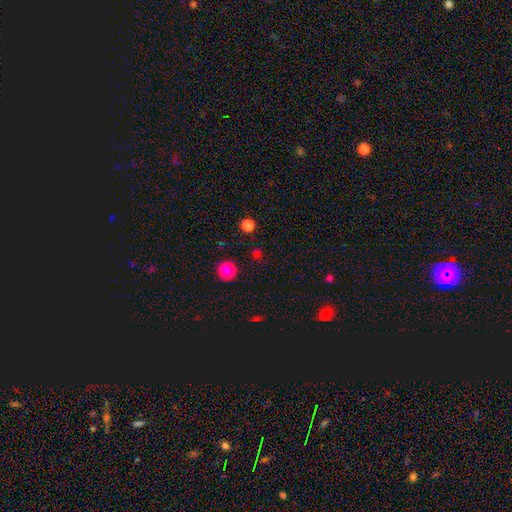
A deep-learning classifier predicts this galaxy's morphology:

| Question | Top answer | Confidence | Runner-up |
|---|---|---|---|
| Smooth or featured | smooth | 71% | star or artifact (25%) |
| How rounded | round | 92% | in between (7%) |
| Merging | none | 87% | minor disturbance (7%) |